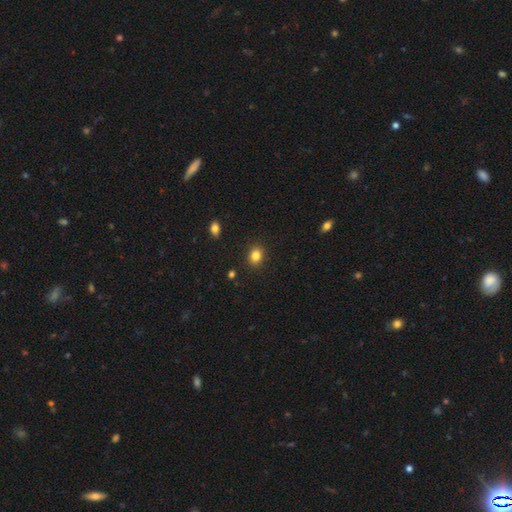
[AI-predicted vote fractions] The model was most divided on "how rounded": round: 54%, in between: 45%, cigar-shaped: 1%. More confident: merging — none (89%); smooth or featured — smooth (84%).